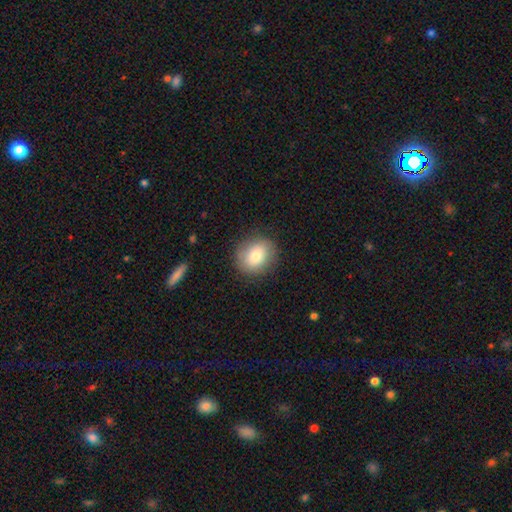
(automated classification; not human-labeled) Smooth or featured? smooth (79%)
How rounded? round (66%)
Merging? none (86%)